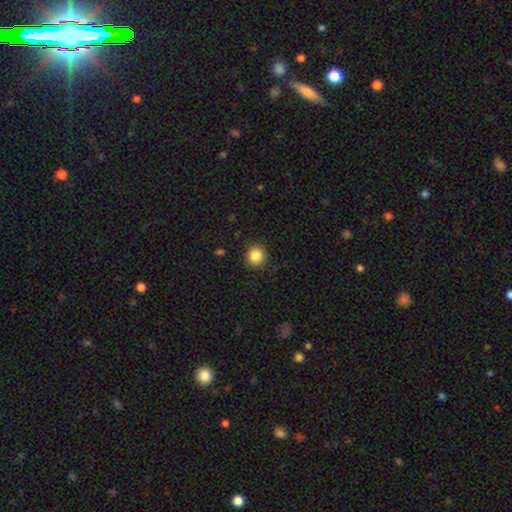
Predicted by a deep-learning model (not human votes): This is clearly a smooth galaxy (86%). How rounded: clearly round (93%). Merging: clearly none (90%).